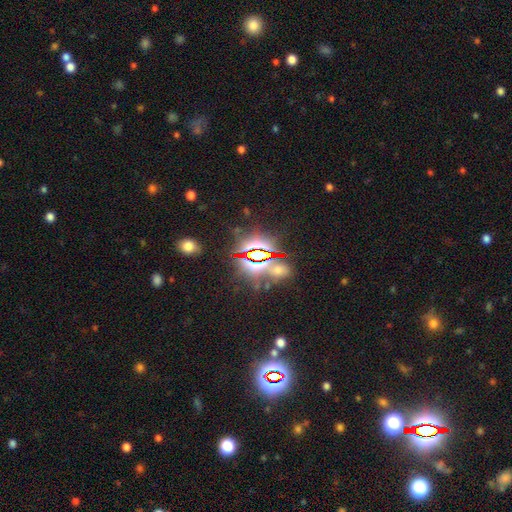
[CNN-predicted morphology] Overall: star or artifact (79%).